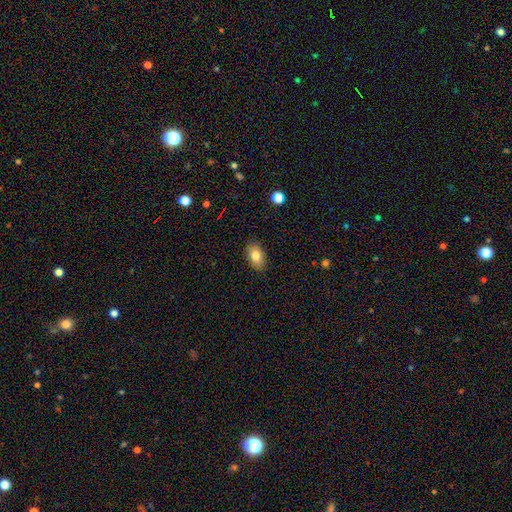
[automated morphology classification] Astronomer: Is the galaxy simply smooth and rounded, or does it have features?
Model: smooth — 81%.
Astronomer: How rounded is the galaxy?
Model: in between — 90%.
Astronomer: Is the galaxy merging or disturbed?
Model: none — 88%.